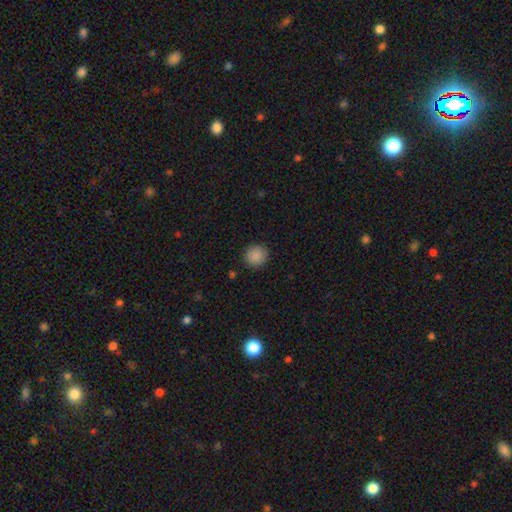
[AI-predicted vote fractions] A smooth galaxy with no disk features (88%) that is round (90%). Merging: none (90%).